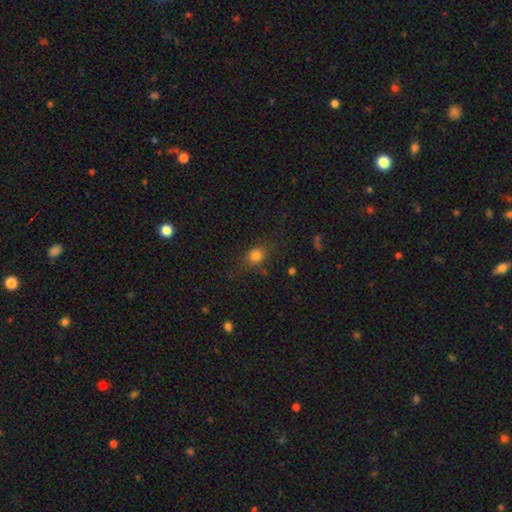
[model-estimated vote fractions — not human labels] This appears to be a smooth galaxy with no disk features (78%) that is round (52%). Merging: none (75%).